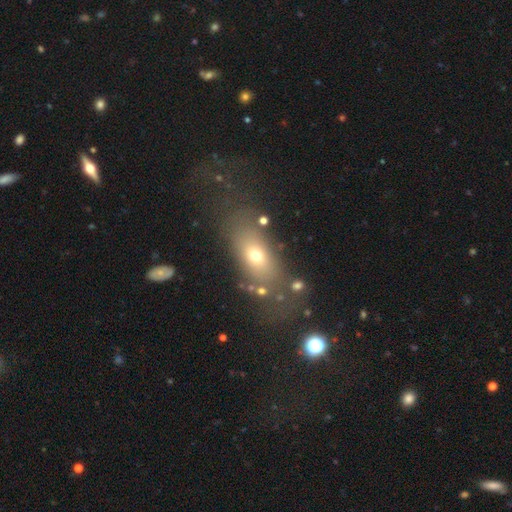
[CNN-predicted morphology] Q: Smooth or featured?
A: smooth (66%); runner-up: featured or disk (19%)
Q: How rounded?
A: in between (73%); runner-up: round (16%)
Q: Merging?
A: none (68%); runner-up: minor disturbance (14%)